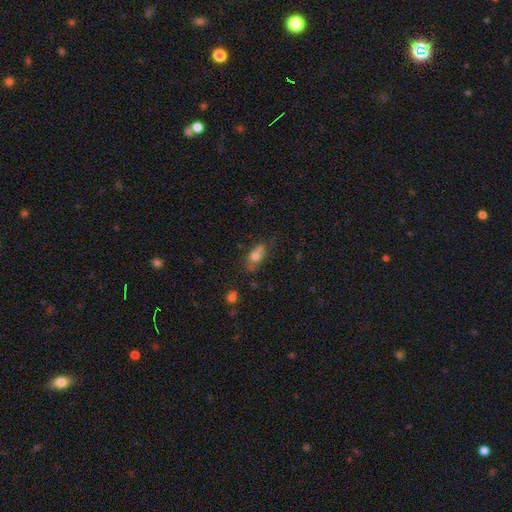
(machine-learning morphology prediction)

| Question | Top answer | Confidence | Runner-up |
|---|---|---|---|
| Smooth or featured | smooth | 64% | featured or disk (22%) |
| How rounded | in between | 64% | round (29%) |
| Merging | none | 44% | merger (30%) |